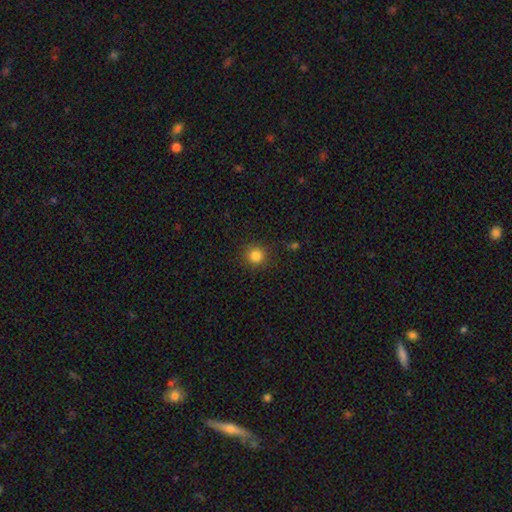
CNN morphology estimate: Smooth or featured: smooth — 84% (star or artifact — 12%)
How rounded: round — 94% (in between — 5%)
Merging: none — 90% (minor disturbance — 7%)